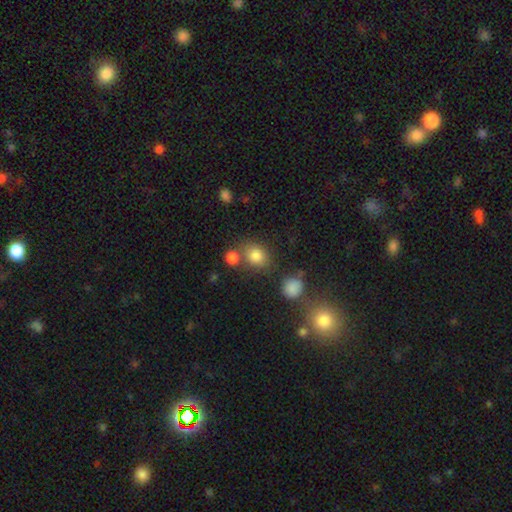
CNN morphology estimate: Smooth or featured? Predicted: smooth (p=0.81). How rounded? Predicted: round (p=0.62). Merging? Predicted: none (p=0.64).